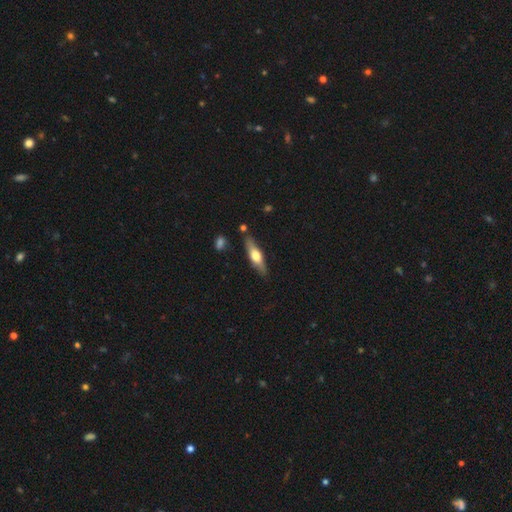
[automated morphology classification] This is possibly a featured or disk galaxy (47%, tied with smooth). Merging: clearly none (83%).